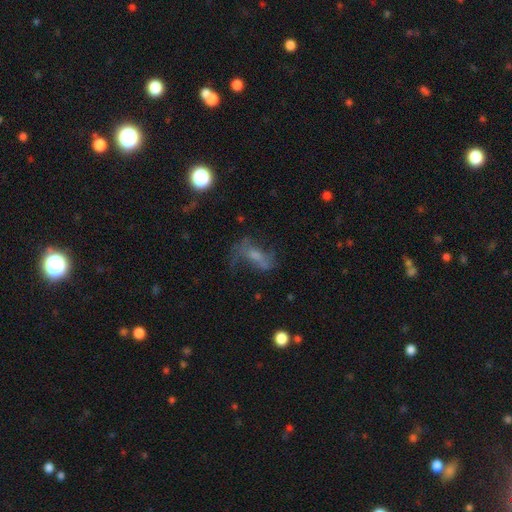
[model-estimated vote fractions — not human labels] featured or disk 49%, smooth 33%, star or artifact 18%. Down the decision tree: merging — none (41%).